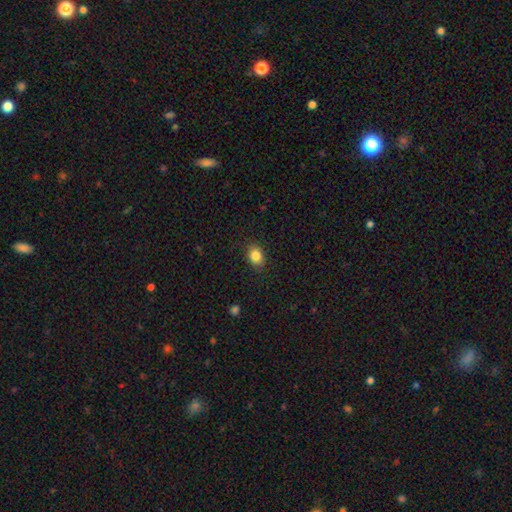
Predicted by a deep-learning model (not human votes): A smooth galaxy with no disk features (85%) that is in between round and cigar-shaped (64%). Merging: none (85%).